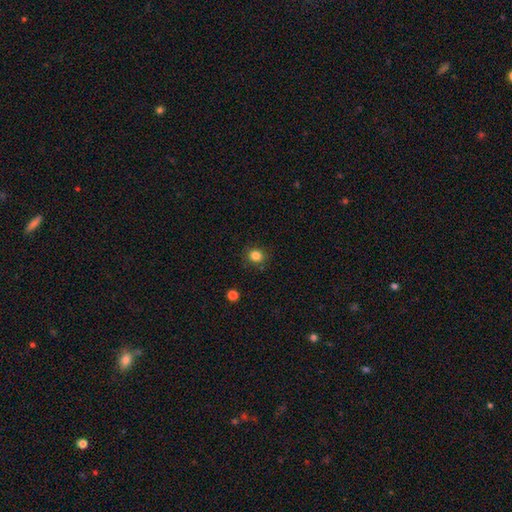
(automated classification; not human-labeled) Morphology: type=smooth (84%); roundness=round (81%); merging=none (87%).